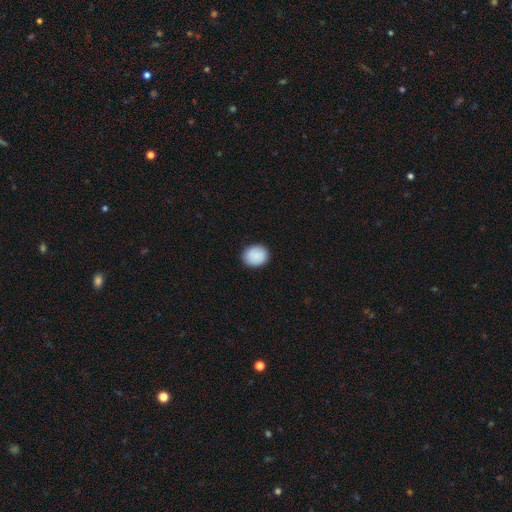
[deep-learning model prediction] Q: Smooth or featured?
A: smooth (87%); runner-up: star or artifact (7%)
Q: How rounded?
A: round (64%); runner-up: in between (35%)
Q: Merging?
A: none (88%); runner-up: minor disturbance (9%)